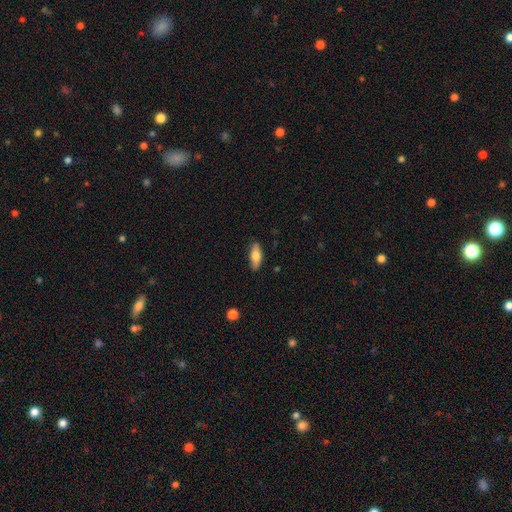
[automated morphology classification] Smooth or featured? Predicted: smooth (p=0.71). How rounded? Predicted: in between (p=0.73). Merging? Predicted: none (p=0.86).